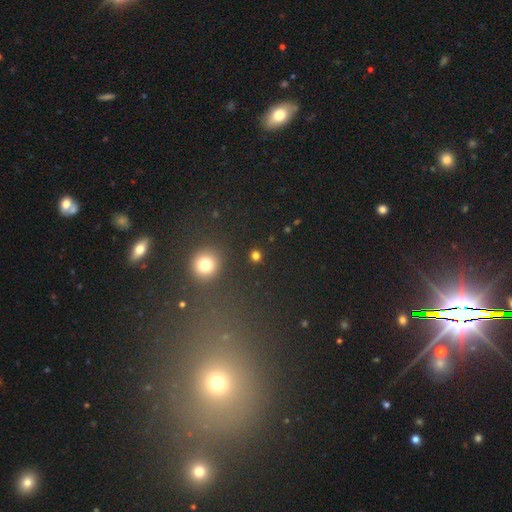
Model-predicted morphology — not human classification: type=smooth (77%); roundness=round (91%); merging=none (89%).